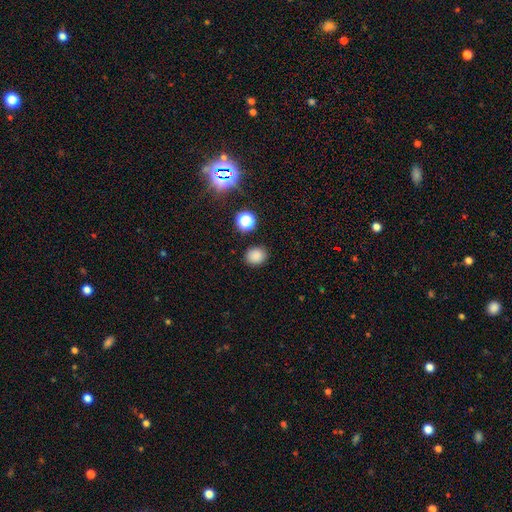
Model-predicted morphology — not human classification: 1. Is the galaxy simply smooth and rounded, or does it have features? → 82% smooth, 14% star or artifact, 4% featured or disk.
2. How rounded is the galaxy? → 64% round, 35% in between, 1% cigar-shaped.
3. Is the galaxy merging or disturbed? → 87% none, 8% minor disturbance, 3% major disturbance, 2% merger.